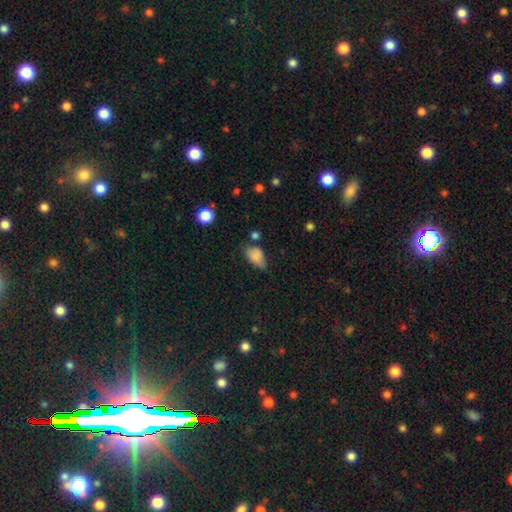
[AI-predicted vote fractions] A smooth galaxy with no disk features (83%) that is in between round and cigar-shaped (89%). Merging: none (50%).